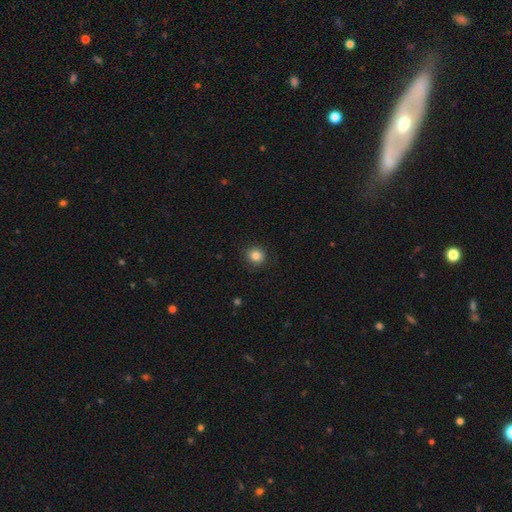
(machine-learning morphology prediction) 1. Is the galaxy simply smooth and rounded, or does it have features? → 84% smooth, 11% star or artifact, 5% featured or disk.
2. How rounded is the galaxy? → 89% round, 10% in between, 1% cigar-shaped.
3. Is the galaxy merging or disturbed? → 90% none, 7% minor disturbance, 2% major disturbance, 1% merger.